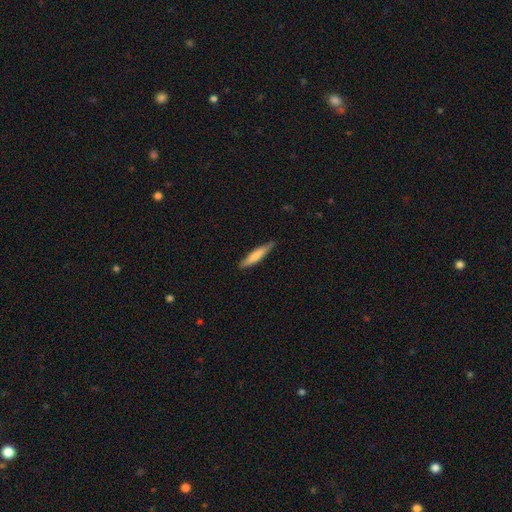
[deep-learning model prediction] Smooth or featured? Predicted: smooth (p=0.72). How rounded? Predicted: cigar-shaped (p=0.89). Merging? Predicted: none (p=0.84).